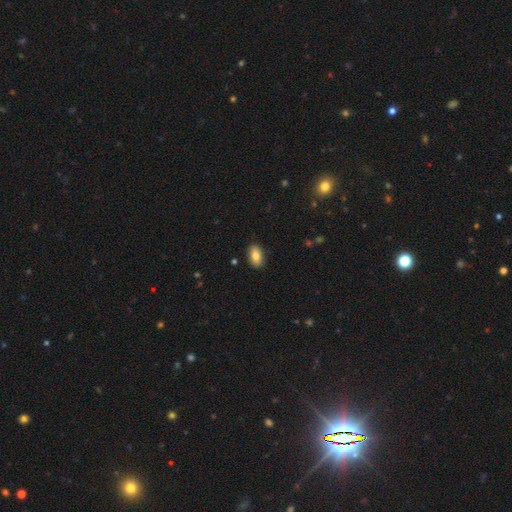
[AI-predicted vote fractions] Smooth or featured?
  - smooth: 83% *
  - featured or disk: 10%
  - star or artifact: 7%
How rounded?
  - in between: 92% *
  - round: 5%
  - cigar-shaped: 3%
Merging?
  - none: 89% *
  - minor disturbance: 8%
  - major disturbance: 2%
  - merger: 1%